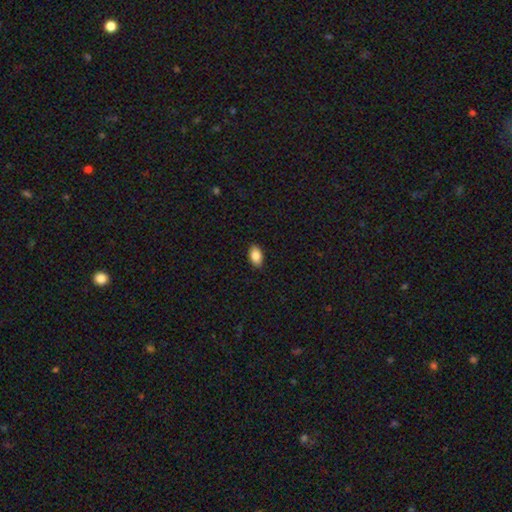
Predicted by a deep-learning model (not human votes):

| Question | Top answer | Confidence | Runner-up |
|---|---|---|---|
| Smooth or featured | smooth | 87% | star or artifact (7%) |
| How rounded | in between | 93% | round (5%) |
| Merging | none | 89% | minor disturbance (8%) |